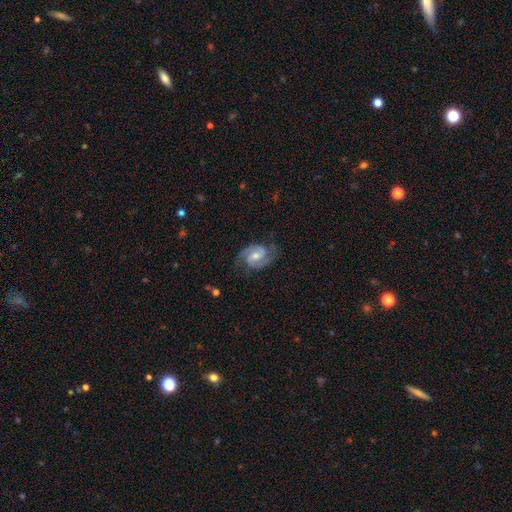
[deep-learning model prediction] Q: Smooth or featured?
A: featured or disk (89%); runner-up: smooth (6%)
Q: Edge-on disk?
A: no (98%); runner-up: yes (2%)
Q: Bar?
A: weak (50%); runner-up: no (34%)
Q: Spiral arms?
A: yes (98%); runner-up: no (2%)
Q: Spiral winding?
A: medium (54%); runner-up: tight (33%)
Q: Spiral arm count?
A: 2 (92%); runner-up: can't tell (3%)
Q: Bulge size?
A: moderate (60%); runner-up: small (33%)
Q: Merging?
A: none (80%); runner-up: minor disturbance (15%)